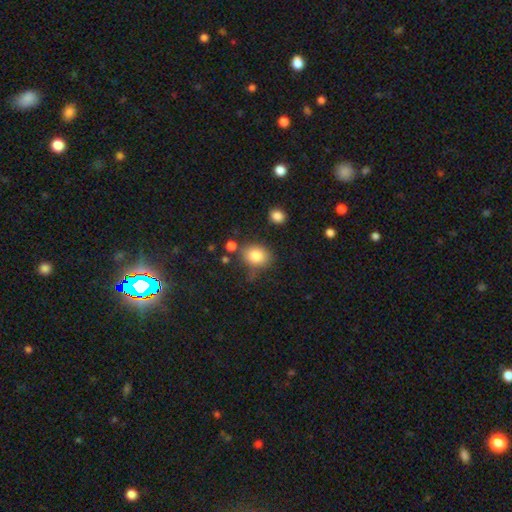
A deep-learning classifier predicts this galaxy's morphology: Smooth or featured? Predicted: smooth (p=0.82). How rounded? Predicted: in between (p=0.50). Merging? Predicted: none (p=0.65).